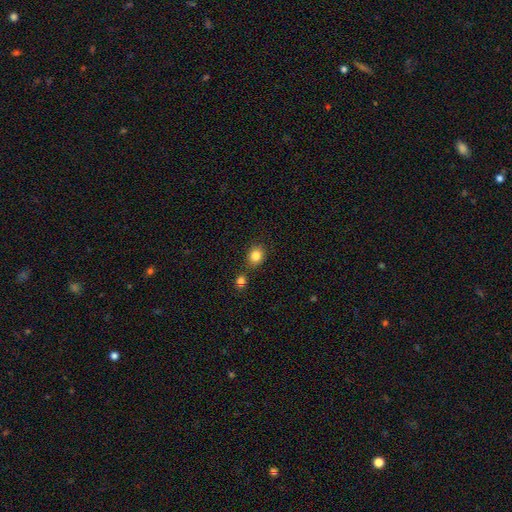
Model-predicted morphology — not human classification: Smooth or featured: smooth — 84% (star or artifact — 10%)
How rounded: round — 63% (in between — 36%)
Merging: none — 75% (minor disturbance — 11%)